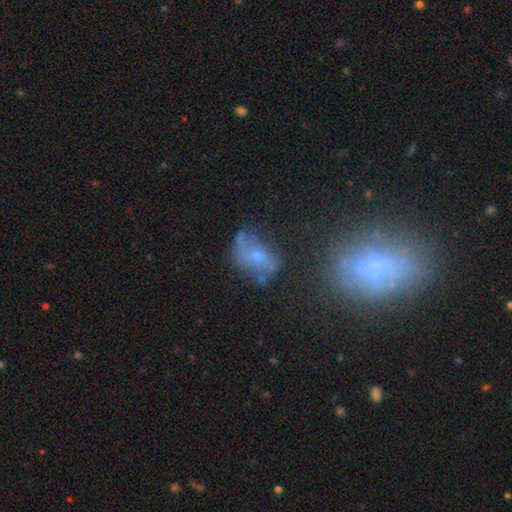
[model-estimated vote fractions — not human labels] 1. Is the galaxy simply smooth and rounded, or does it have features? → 50% featured or disk, 33% smooth, 17% star or artifact.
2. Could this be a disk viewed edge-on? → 95% no, 5% yes.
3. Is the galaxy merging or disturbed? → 39% none, 27% major disturbance, 25% minor disturbance, 10% merger.